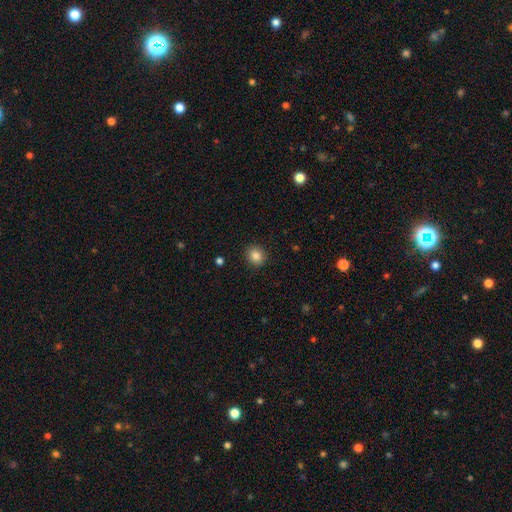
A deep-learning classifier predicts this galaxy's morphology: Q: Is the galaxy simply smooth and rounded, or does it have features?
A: smooth — 84%.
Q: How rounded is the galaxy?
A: round — 86%.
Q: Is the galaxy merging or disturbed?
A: none — 91%.